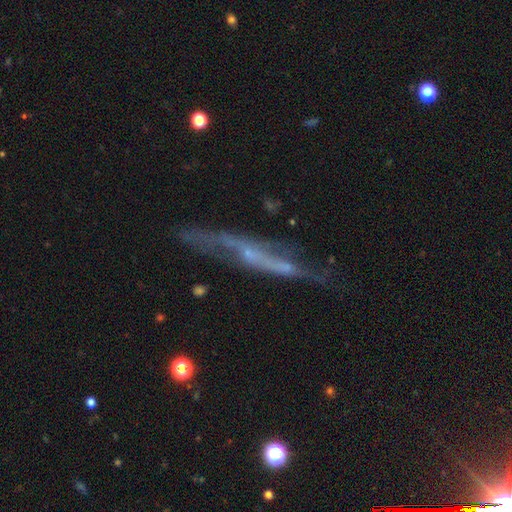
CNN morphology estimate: A featured or disk galaxy (69%) viewed edge-on (64%). Merging: none (57%).